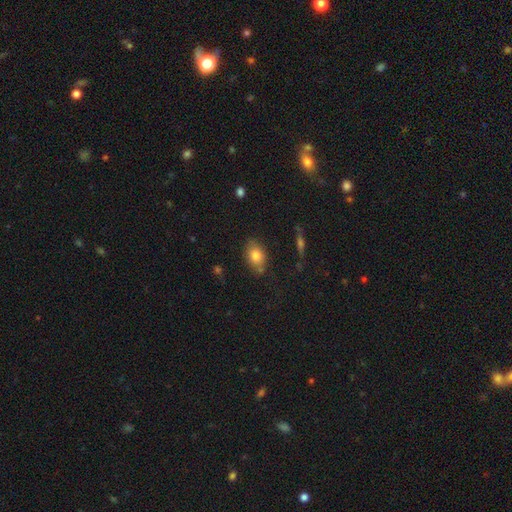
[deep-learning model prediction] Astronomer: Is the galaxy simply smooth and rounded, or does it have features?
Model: smooth — 80%.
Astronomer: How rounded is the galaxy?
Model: in between — 82%.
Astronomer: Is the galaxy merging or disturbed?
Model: none — 75%.